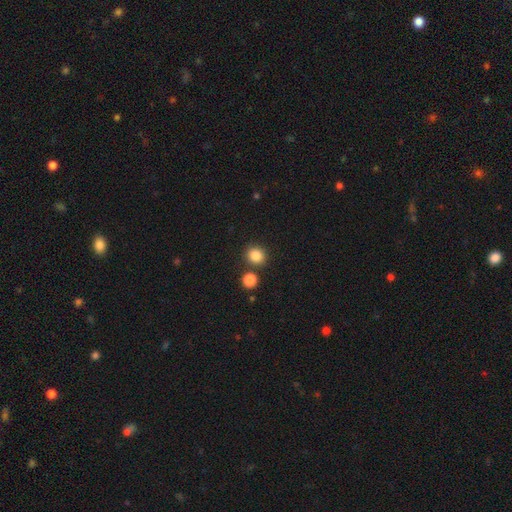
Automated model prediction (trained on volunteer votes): smooth_or_featured: smooth (p=0.85) [alt: star or artifact p=0.11]
how_rounded: round (p=0.81) [alt: in between p=0.18]
merging: none (p=0.81) [alt: merger p=0.08]